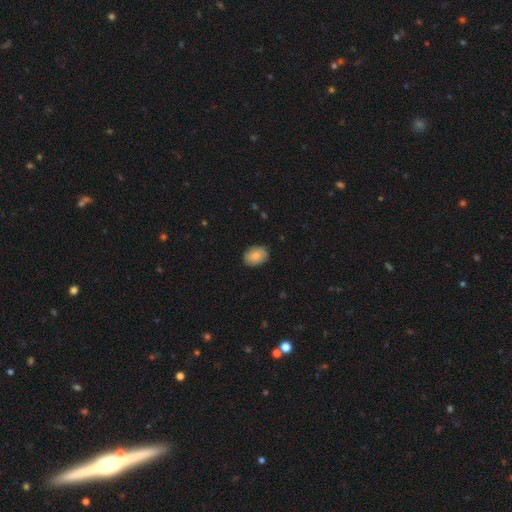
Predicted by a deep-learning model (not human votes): Smooth or featured? Predicted: smooth (p=0.84). How rounded? Predicted: in between (p=0.73). Merging? Predicted: none (p=0.85).